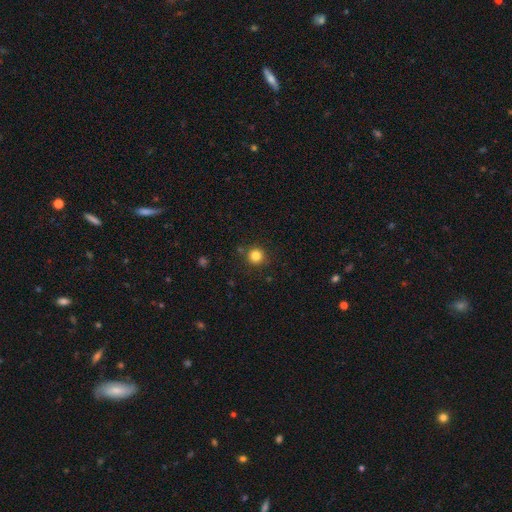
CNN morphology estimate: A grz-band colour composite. It shows a smooth galaxy with no disk features (83%) that is round (95%). Merging: none (87%).